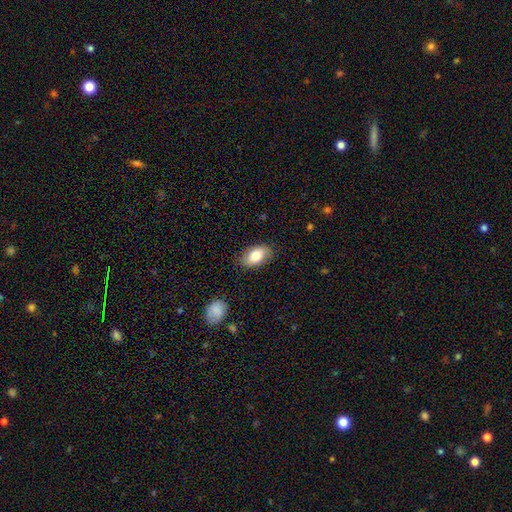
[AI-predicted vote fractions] A smooth galaxy with no disk features (81%) that is in between round and cigar-shaped (92%). Merging: none (84%).